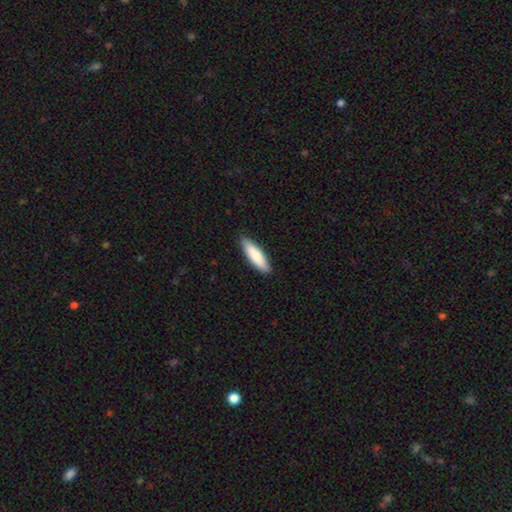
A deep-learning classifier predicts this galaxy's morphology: Smooth or featured?
  - smooth: 83% *
  - featured or disk: 12%
  - star or artifact: 5%
How rounded?
  - cigar-shaped: 60% *
  - in between: 38%
  - round: 1%
Merging?
  - none: 87% *
  - minor disturbance: 11%
  - major disturbance: 2%
  - merger: 1%